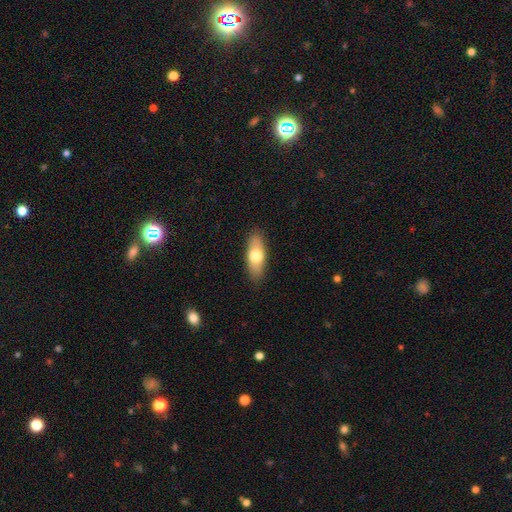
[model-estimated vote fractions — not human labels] Overall: smooth (69%). How rounded: in between (71%). Merging: none (87%).